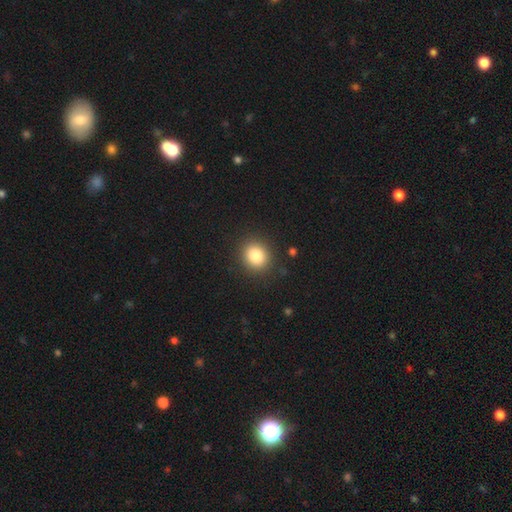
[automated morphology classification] The model was most divided on "how rounded": round: 78%, in between: 21%, cigar-shaped: 1%. More confident: merging — none (89%); smooth or featured — smooth (84%).